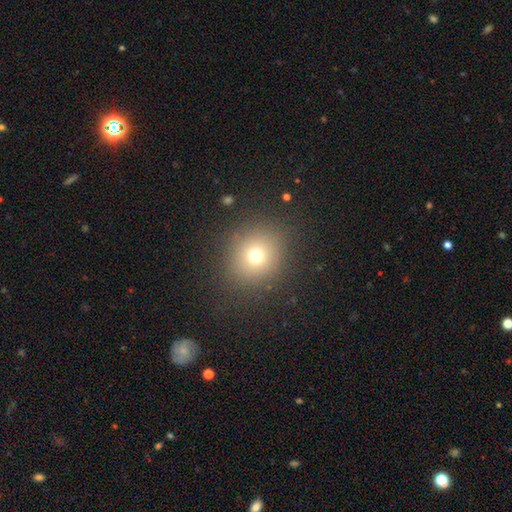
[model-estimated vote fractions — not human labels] Overall: smooth (69%). How rounded: round (85%). Merging: none (86%).